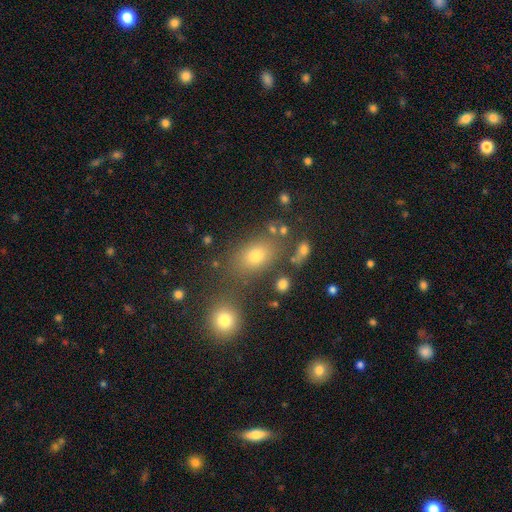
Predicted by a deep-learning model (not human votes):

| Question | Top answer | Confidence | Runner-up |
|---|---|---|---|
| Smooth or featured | smooth | 72% | star or artifact (17%) |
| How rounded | in between | 75% | round (23%) |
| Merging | none | 70% | minor disturbance (13%) |